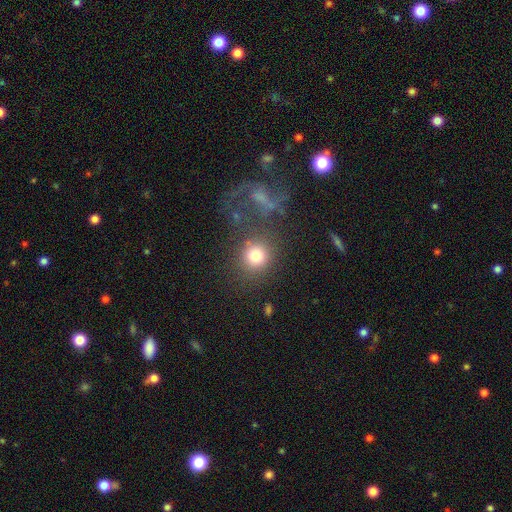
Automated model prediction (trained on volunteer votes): This is likely a smooth galaxy (79%). How rounded: clearly round (88%). Merging: likely none (73%).